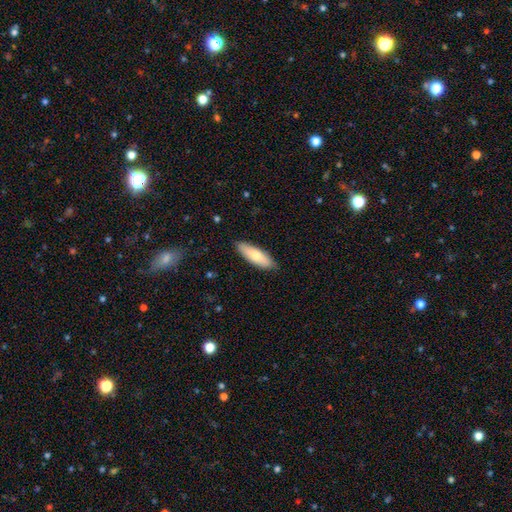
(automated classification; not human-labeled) A smooth galaxy with no disk features (72%) that is in between round and cigar-shaped (55%). Merging: none (87%).